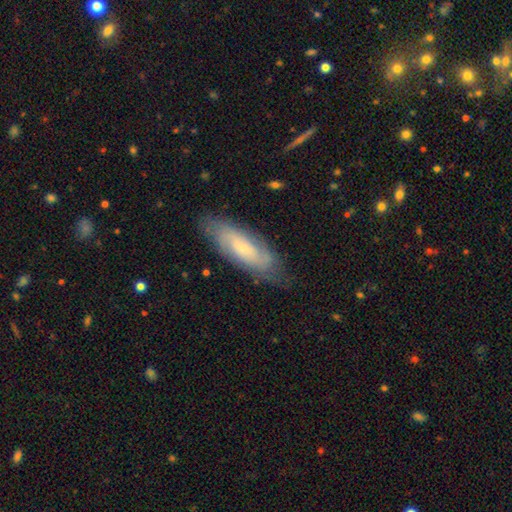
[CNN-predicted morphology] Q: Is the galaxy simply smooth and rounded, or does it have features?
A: featured or disk — 47%.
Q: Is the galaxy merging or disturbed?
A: none — 75%.